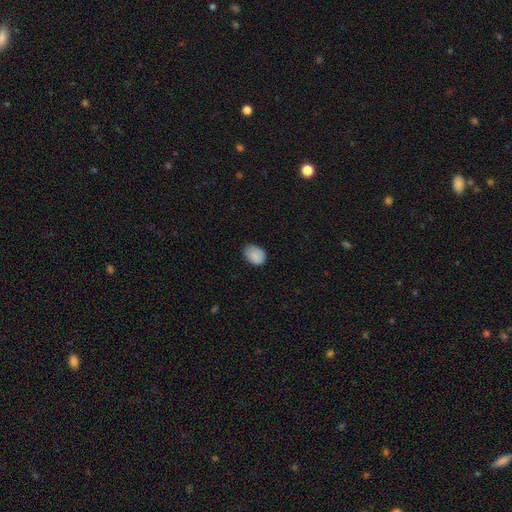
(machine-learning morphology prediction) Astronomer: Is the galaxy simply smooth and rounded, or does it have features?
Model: smooth — 85%.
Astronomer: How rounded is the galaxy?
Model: in between — 74%.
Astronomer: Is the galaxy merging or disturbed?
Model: none — 65%.